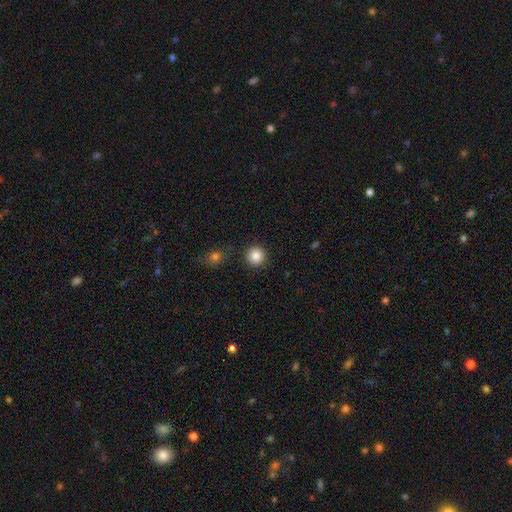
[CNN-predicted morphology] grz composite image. It shows a smooth galaxy with no disk features (86%) that is round (94%). Merging: none (89%).